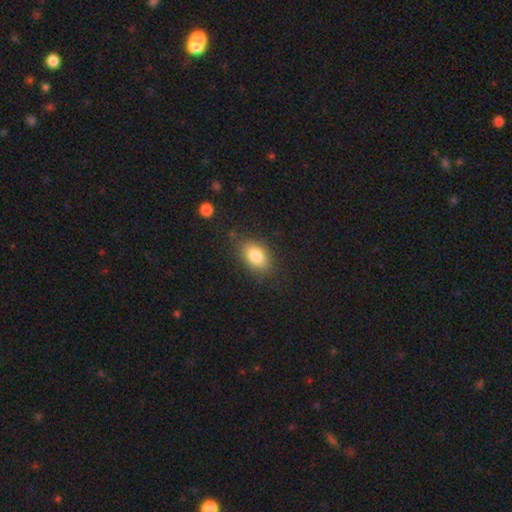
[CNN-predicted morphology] smooth_or_featured: smooth (p=0.83) [alt: featured or disk p=0.09]
how_rounded: in between (p=0.87) [alt: round p=0.11]
merging: none (p=0.77) [alt: minor disturbance p=0.16]